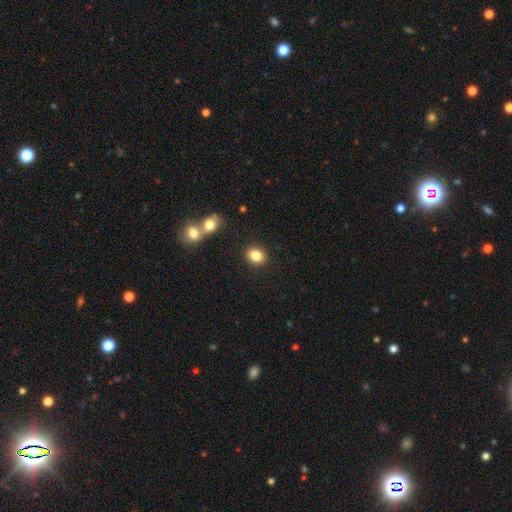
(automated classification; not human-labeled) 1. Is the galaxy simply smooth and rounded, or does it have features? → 84% smooth, 10% star or artifact, 6% featured or disk.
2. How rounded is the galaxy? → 50% round, 49% in between, 1% cigar-shaped.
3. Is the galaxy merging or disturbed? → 86% none, 7% minor disturbance, 4% merger, 2% major disturbance.